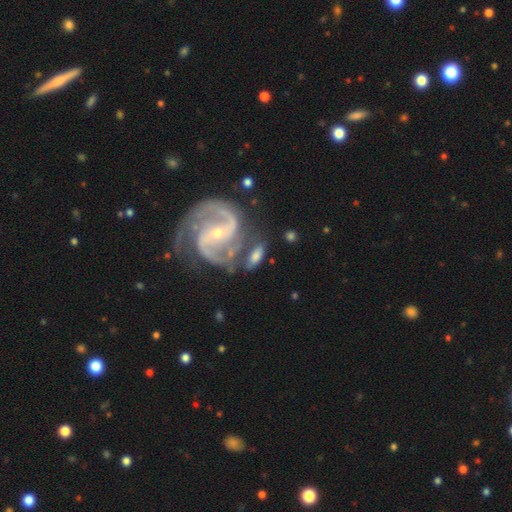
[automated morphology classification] Smooth or featured: featured or disk — 61% (smooth — 33%)
Edge-on disk: no — 90% (yes — 10%)
Bar: weak — 42% (no — 36%)
Spiral arms: yes — 88% (no — 12%)
Bulge size: small — 47% (moderate — 40%)
Merging: none — 58% (minor disturbance — 19%)